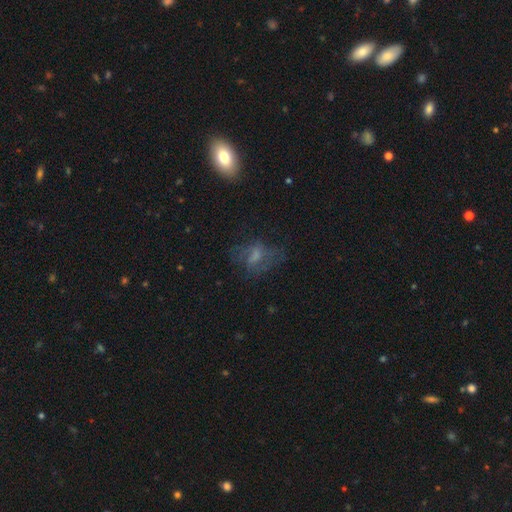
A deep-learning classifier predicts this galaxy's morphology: Smooth or featured? featured or disk (43%)
Merging? none (45%)